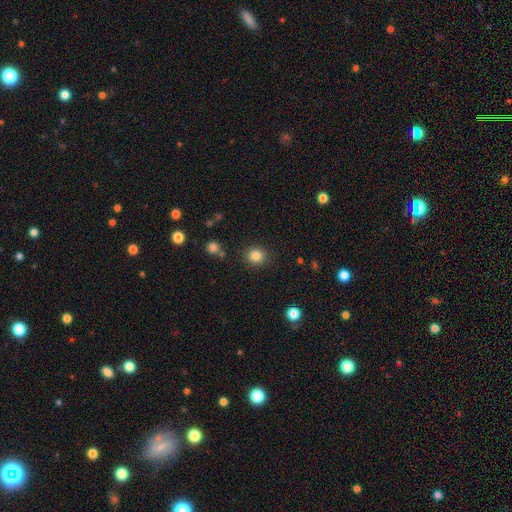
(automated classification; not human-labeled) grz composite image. It shows a smooth galaxy with no disk features (83%) that is round (86%). Merging: none (88%).